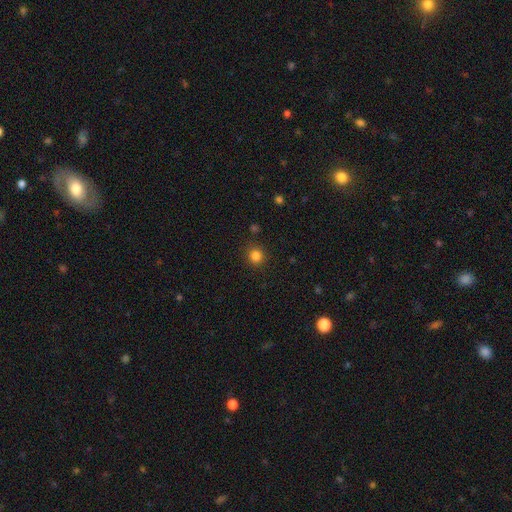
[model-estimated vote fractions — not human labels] Smooth or featured?
  - smooth: 83% *
  - star or artifact: 13%
  - featured or disk: 4%
How rounded?
  - round: 91% *
  - in between: 8%
  - cigar-shaped: 1%
Merging?
  - none: 89% *
  - minor disturbance: 7%
  - major disturbance: 2%
  - merger: 2%